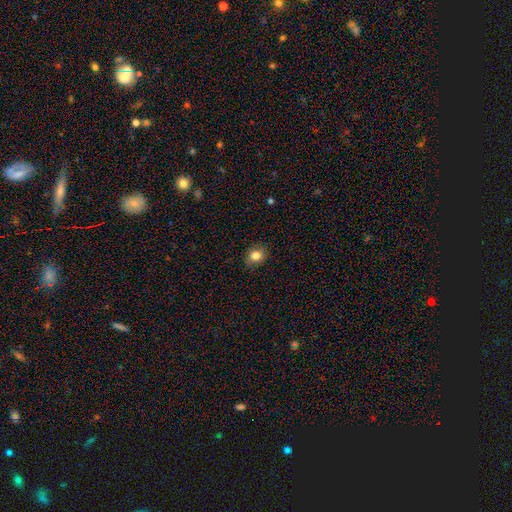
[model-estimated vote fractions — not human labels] Smooth or featured? smooth (83%)
How rounded? round (58%)
Merging? none (86%)